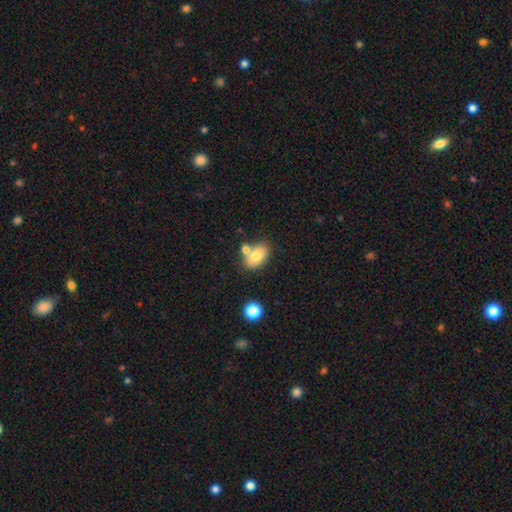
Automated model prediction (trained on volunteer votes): Morphology: type=smooth (76%); roundness=in between (88%); merging=none (59%).